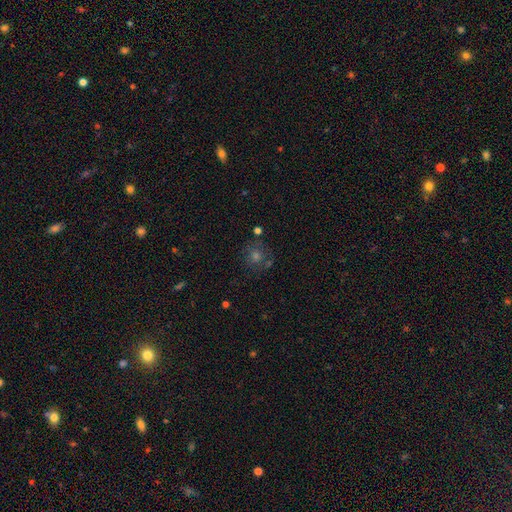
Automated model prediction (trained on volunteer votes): smooth 45%, star or artifact 31%, featured or disk 24%. Down the decision tree: merging — none (74%).